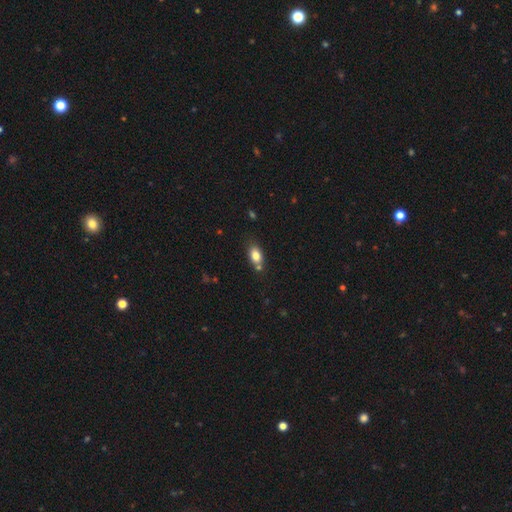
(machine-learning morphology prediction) A smooth galaxy with no disk features (81%) that is in between round and cigar-shaped (84%).

Vote fractions:
- Smooth or featured? smooth: 81% / featured or disk: 10% / star or artifact: 9%
- How rounded? in between: 84% / round: 12% / cigar-shaped: 4%
- Merging? none: 64% / minor disturbance: 17% / merger: 15% / major disturbance: 4%